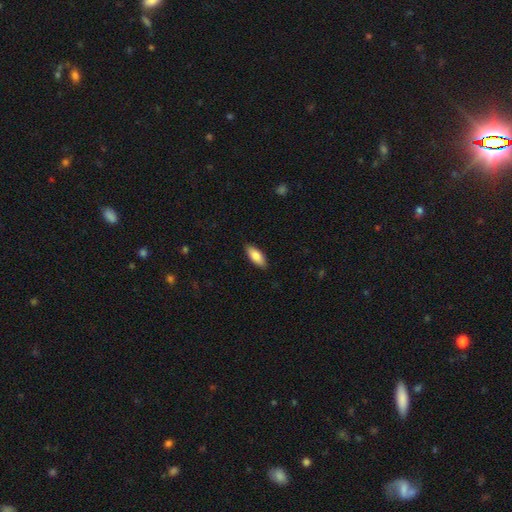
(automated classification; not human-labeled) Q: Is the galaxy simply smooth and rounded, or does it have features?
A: smooth — 85%.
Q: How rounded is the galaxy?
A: in between — 78%.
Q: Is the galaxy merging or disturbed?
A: none — 88%.